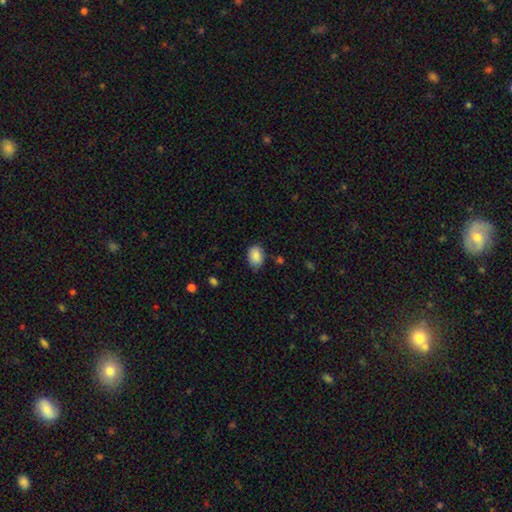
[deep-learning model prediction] Smooth or featured: smooth — 87% (star or artifact — 7%)
How rounded: in between — 82% (round — 17%)
Merging: none — 75% (minor disturbance — 20%)